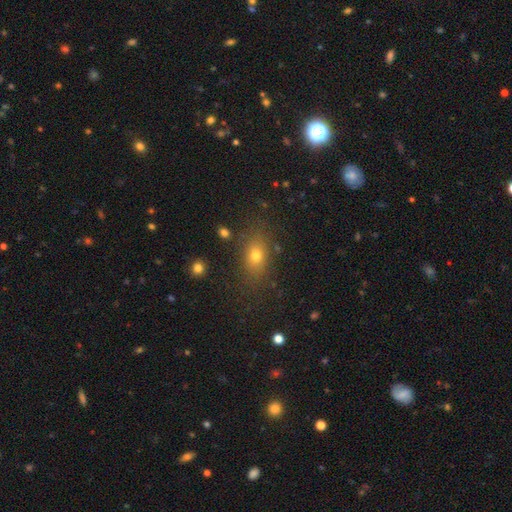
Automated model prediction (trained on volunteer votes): Q: Smooth or featured?
A: smooth (72%); runner-up: star or artifact (16%)
Q: How rounded?
A: in between (71%); runner-up: round (24%)
Q: Merging?
A: none (80%); runner-up: minor disturbance (12%)